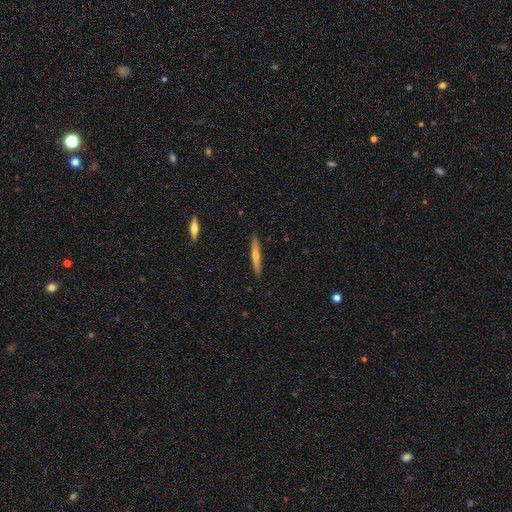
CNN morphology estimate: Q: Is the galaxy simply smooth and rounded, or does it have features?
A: featured or disk — 57%.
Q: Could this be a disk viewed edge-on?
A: yes — 96%.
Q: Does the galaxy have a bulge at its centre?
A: rounded — 81%.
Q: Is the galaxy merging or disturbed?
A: none — 91%.